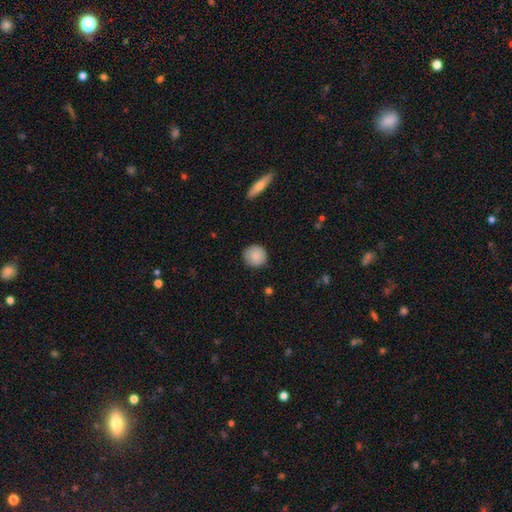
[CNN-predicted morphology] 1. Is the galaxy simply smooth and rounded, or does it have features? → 87% smooth, 7% star or artifact, 5% featured or disk.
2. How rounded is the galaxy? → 93% round, 6% in between, 1% cigar-shaped.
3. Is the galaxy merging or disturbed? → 87% none, 10% minor disturbance, 2% major disturbance, 1% merger.